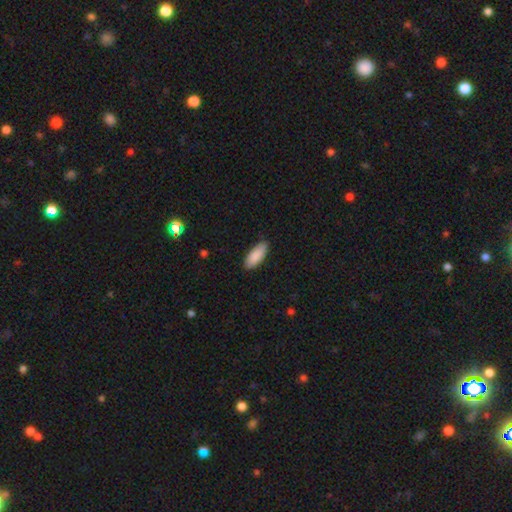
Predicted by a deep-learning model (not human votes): A smooth galaxy with no disk features (90%) that is in between round and cigar-shaped (79%). Merging: none (86%).